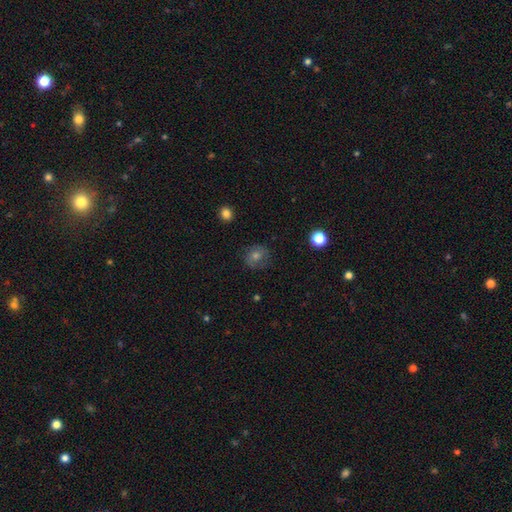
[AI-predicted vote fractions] A smooth galaxy with no disk features (50%) that is round (79%). Merging: none (77%).